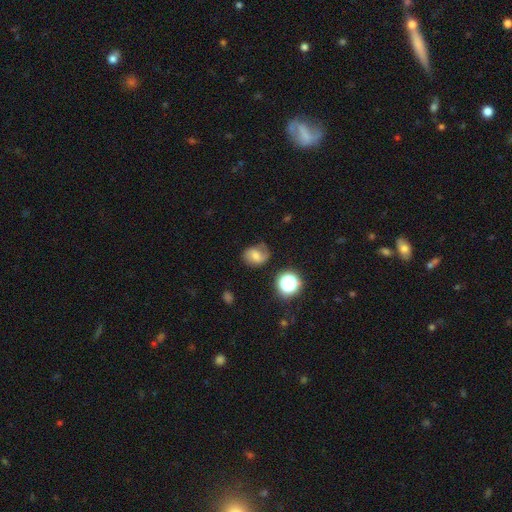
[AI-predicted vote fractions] Morphology: type=smooth (50%); roundness=round (53%); merging=none (60%).